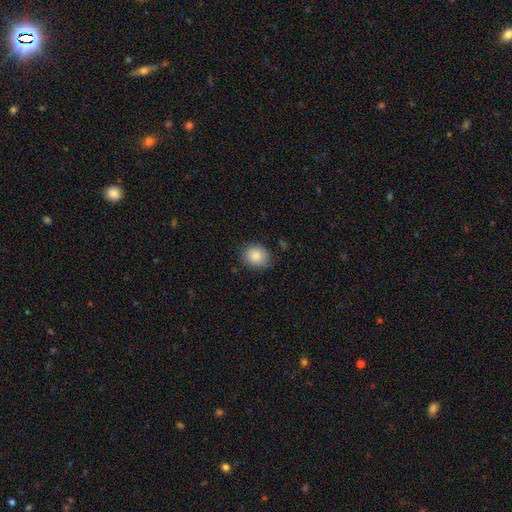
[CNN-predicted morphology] Smooth or featured?
  - smooth: 86% *
  - star or artifact: 8%
  - featured or disk: 6%
How rounded?
  - round: 69% *
  - in between: 30%
  - cigar-shaped: 1%
Merging?
  - none: 82% *
  - minor disturbance: 14%
  - major disturbance: 3%
  - merger: 1%